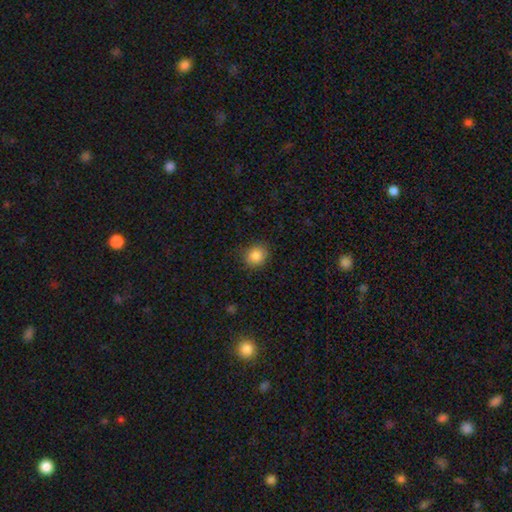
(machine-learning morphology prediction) A smooth galaxy with no disk features (86%) that is round (79%).

Vote fractions:
- Smooth or featured? smooth: 86% / star or artifact: 9% / featured or disk: 5%
- How rounded? round: 79% / in between: 20% / cigar-shaped: 1%
- Merging? none: 82% / minor disturbance: 13% / major disturbance: 4% / merger: 1%